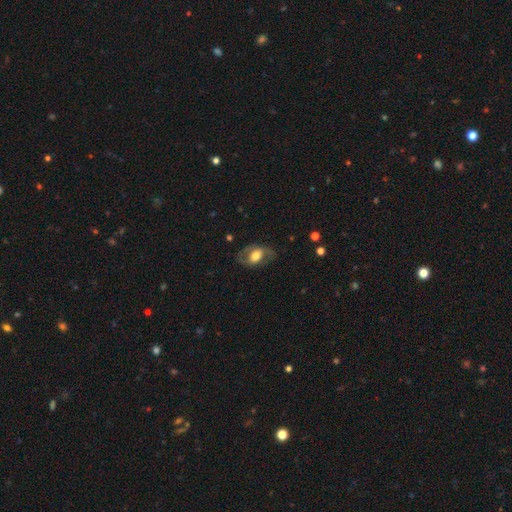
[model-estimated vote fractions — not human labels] The model was most divided on "bulge size": moderate: 45%, large: 40%, small: 8%, dominant: 5%, none: 2%. Remaining: edge-on disk — no (93%); merging — none (67%); spiral arms — yes (67%); smooth or featured — featured or disk (58%); bar — no (47%).